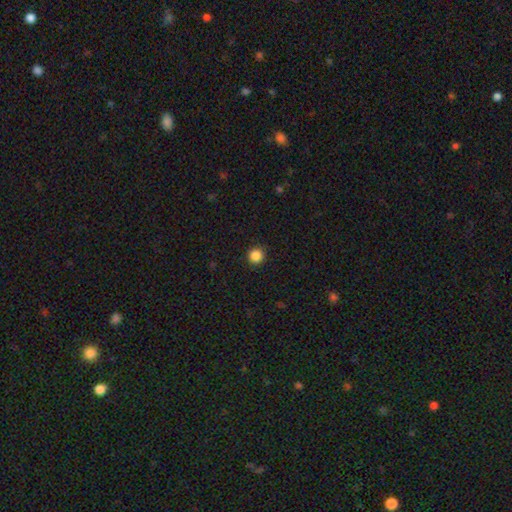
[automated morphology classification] Smooth or featured? Predicted: smooth (p=0.86). How rounded? Predicted: round (p=0.95). Merging? Predicted: none (p=0.92).